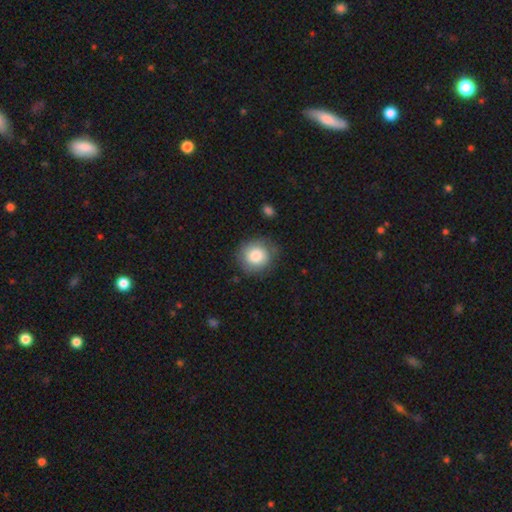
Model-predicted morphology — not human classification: Q: Smooth or featured?
A: smooth (80%); runner-up: featured or disk (13%)
Q: How rounded?
A: round (88%); runner-up: in between (11%)
Q: Merging?
A: none (77%); runner-up: minor disturbance (16%)